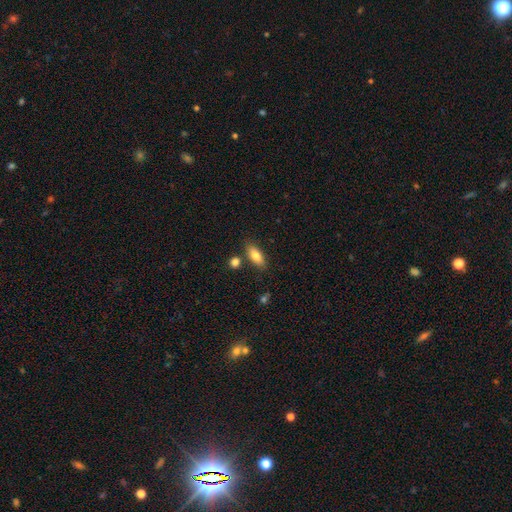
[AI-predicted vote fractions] Smooth or featured? smooth (78%)
How rounded? in between (79%)
Merging? none (79%)